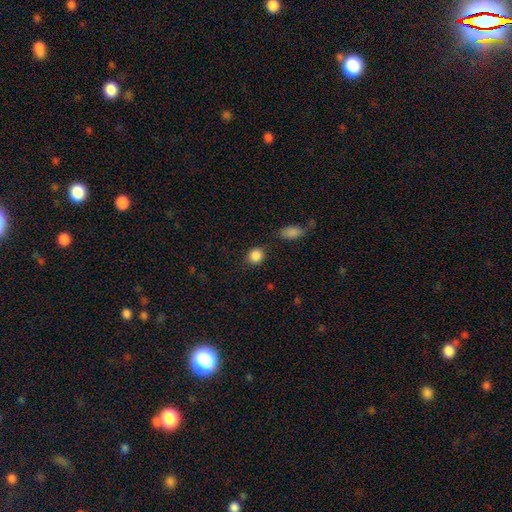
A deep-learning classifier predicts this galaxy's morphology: Q: Smooth or featured?
A: smooth (87%); runner-up: star or artifact (9%)
Q: How rounded?
A: round (79%); runner-up: in between (19%)
Q: Merging?
A: none (80%); runner-up: minor disturbance (11%)